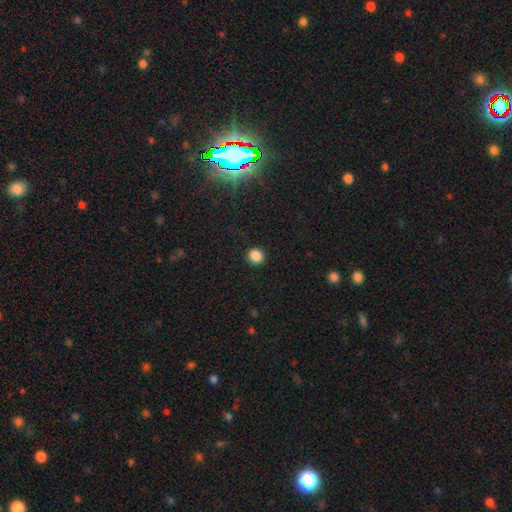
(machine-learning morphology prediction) type=smooth (87%); roundness=round (88%); merging=none (92%).